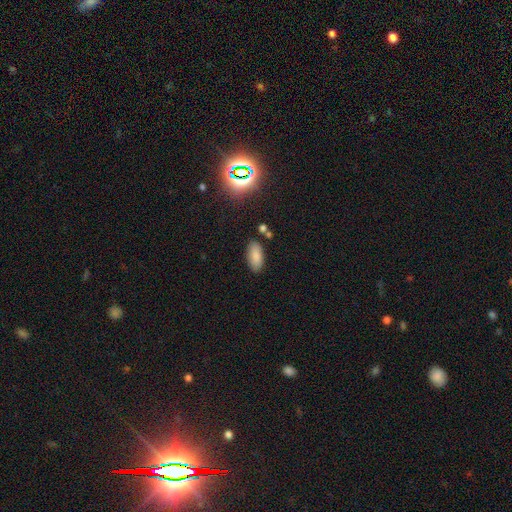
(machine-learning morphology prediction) smooth-or-featured: smooth: 84% | star or artifact: 9% | featured or disk: 7%
  how-rounded: in between: 90% | cigar-shaped: 8% | round: 2%
  merging: none: 82% | minor disturbance: 12% | merger: 4% | major disturbance: 3%